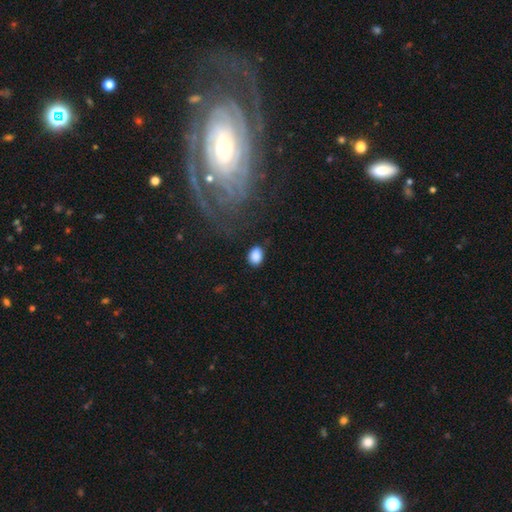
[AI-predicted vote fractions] The model was most divided on "how rounded": in between: 67%, round: 32%, cigar-shaped: 1%. More confident: smooth or featured — smooth (86%); merging — none (80%).